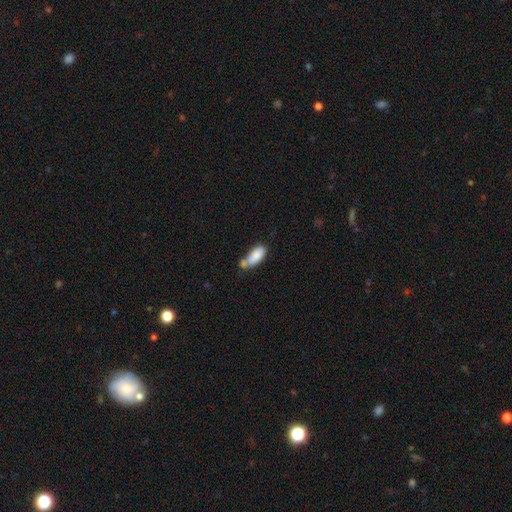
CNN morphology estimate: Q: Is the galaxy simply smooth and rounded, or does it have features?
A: smooth — 81%.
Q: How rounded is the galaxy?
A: in between — 81%.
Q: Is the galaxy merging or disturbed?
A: none — 35%.